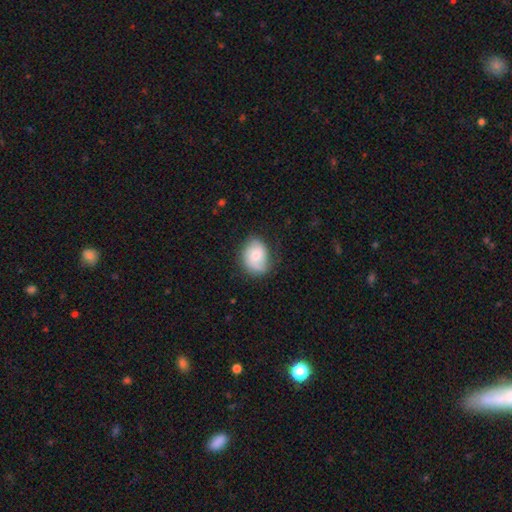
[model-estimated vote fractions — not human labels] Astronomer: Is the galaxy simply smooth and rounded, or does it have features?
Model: smooth — 61%.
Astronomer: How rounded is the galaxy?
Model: in between — 60% (runner-up: round, 39%).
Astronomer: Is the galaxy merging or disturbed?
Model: none — 67%.